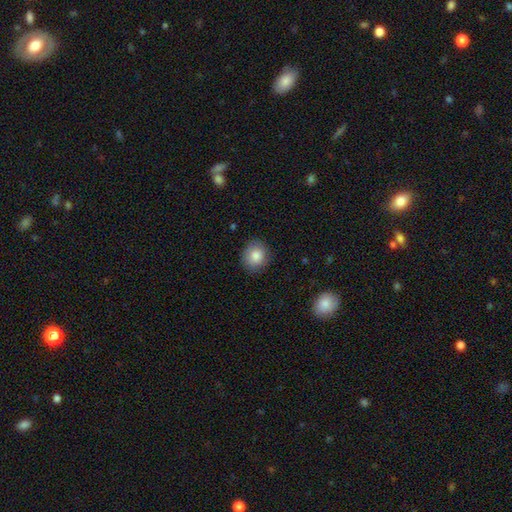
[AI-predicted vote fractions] Smooth or featured? Predicted: smooth (p=0.84). How rounded? Predicted: round (p=0.75). Merging? Predicted: none (p=0.86).